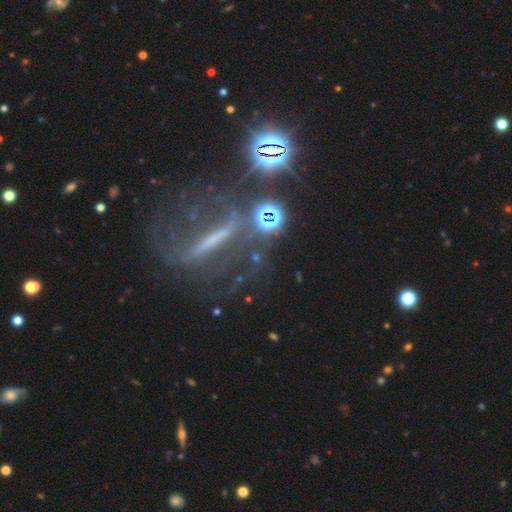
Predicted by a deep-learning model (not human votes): A featured or disk galaxy (45%).

Vote fractions:
- Smooth or featured? featured or disk: 45% / star or artifact: 36% / smooth: 19%
- Merging? none: 65% / major disturbance: 15% / minor disturbance: 14% / merger: 6%